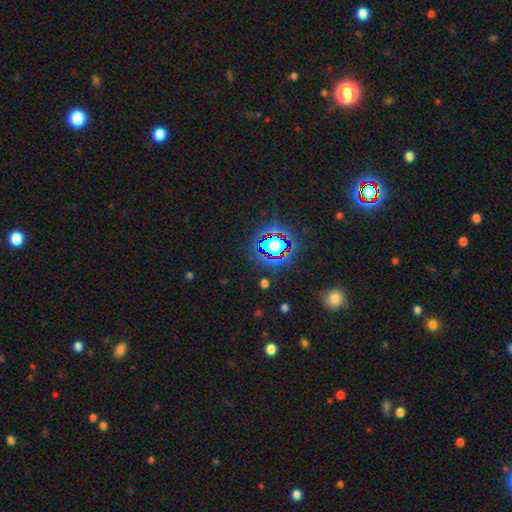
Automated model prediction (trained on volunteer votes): Smooth or featured?
  - star or artifact: 80% *
  - smooth: 13%
  - featured or disk: 8%